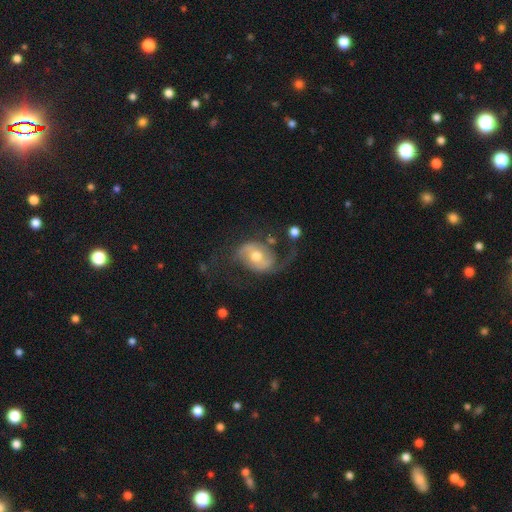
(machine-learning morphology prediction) A featured or disk galaxy (77%) with no bar (48%), 2 (83%) loose (56%) spiral arms (88%) and a moderate central bulge (72%).

Vote fractions:
- Smooth or featured? featured or disk: 77% / smooth: 17% / star or artifact: 7%
- Edge-on disk? no: 97% / yes: 3%
- Bar? no: 48% / weak: 36% / strong: 15%
- Spiral arms? yes: 88% / no: 12%
- Spiral winding? loose: 56% / medium: 34% / tight: 11%
- Spiral arm count? 2: 83% / 1: 8% / can't tell: 5% / 3: 1% / 4: 1% / more than 4: 1%
- Bulge size? moderate: 72% / small: 19% / large: 7% / dominant: 1% / none: 1%
- Merging? none: 52% / major disturbance: 25% / minor disturbance: 19% / merger: 5%